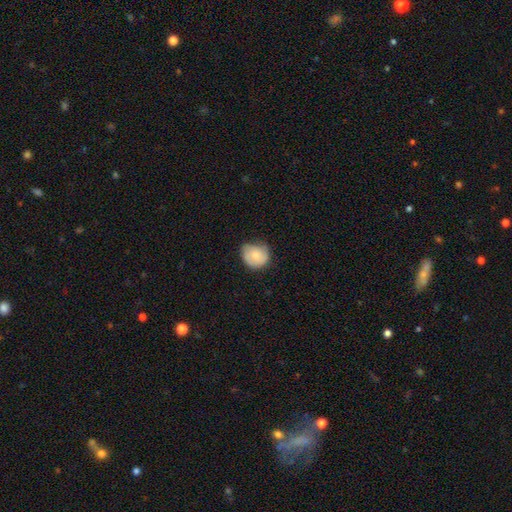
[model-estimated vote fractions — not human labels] Morphology: type=smooth (74%); roundness=round (74%); merging=none (54%).